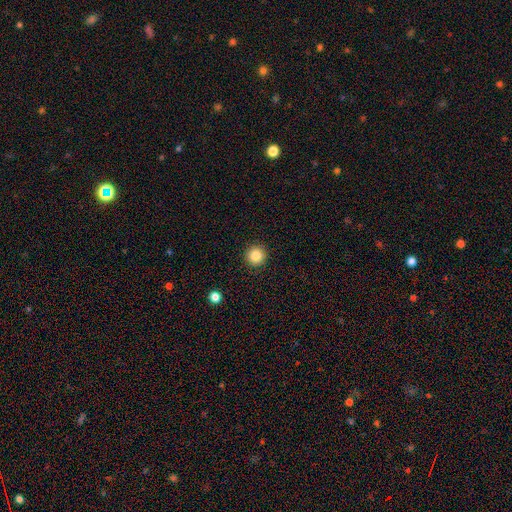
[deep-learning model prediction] Smooth or featured? Predicted: smooth (p=0.85). How rounded? Predicted: round (p=0.96). Merging? Predicted: none (p=0.93).